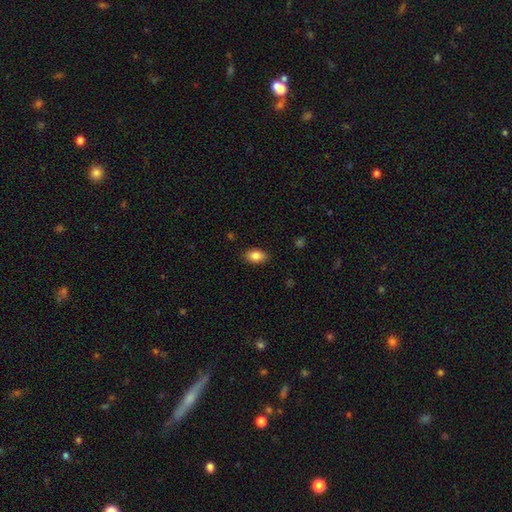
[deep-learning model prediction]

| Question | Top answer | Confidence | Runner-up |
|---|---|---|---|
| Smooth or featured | smooth | 85% | star or artifact (8%) |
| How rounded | in between | 90% | round (8%) |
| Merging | none | 87% | minor disturbance (10%) |